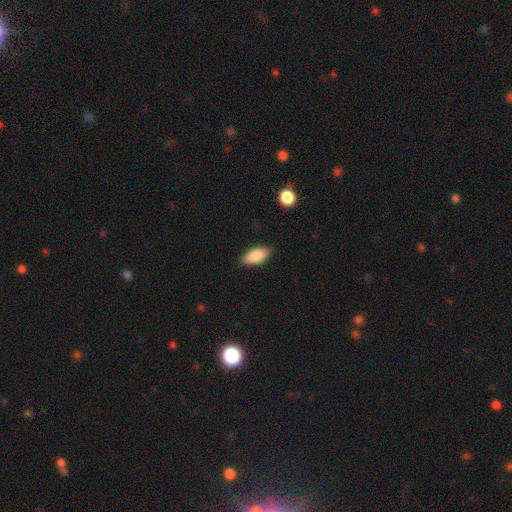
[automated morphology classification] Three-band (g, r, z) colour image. It shows a smooth galaxy with no disk features (83%) that is in between round and cigar-shaped (87%). Merging: none (86%).